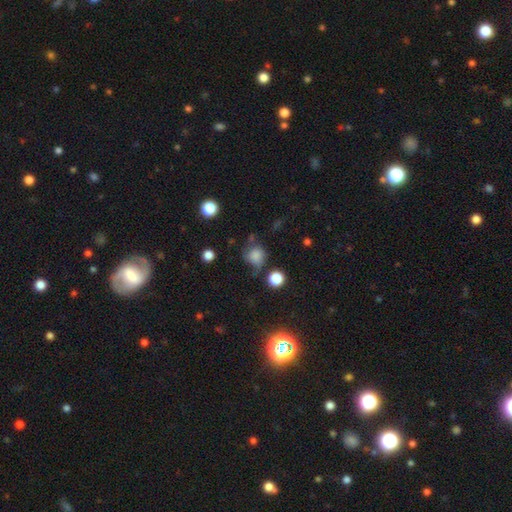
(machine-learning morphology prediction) Smooth or featured: smooth — 78% (star or artifact — 13%)
How rounded: round — 81% (in between — 18%)
Merging: none — 53% (minor disturbance — 27%)